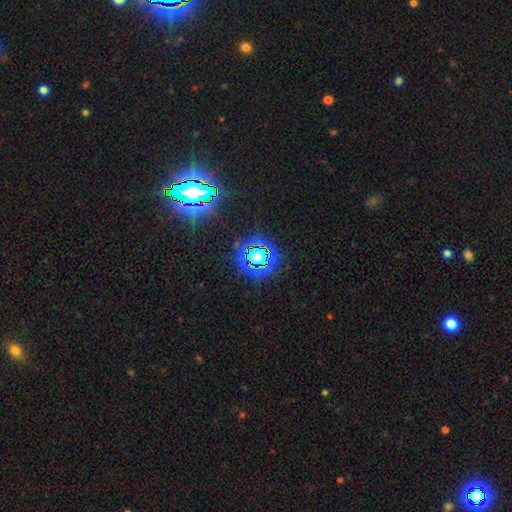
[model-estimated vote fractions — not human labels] Morphology: type=star or artifact (69%).